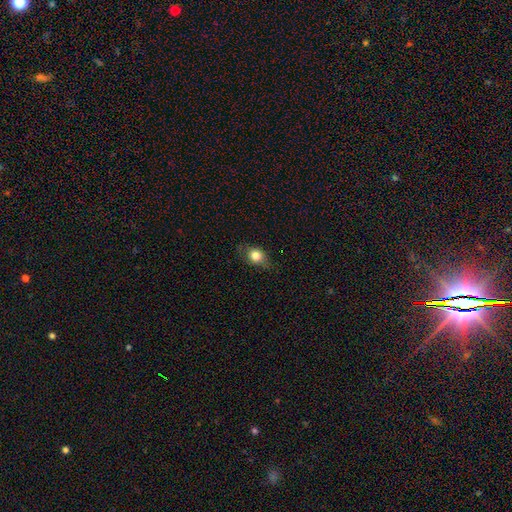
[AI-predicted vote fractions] A smooth galaxy with no disk features (78%) that is in between round and cigar-shaped (50%). Merging: none (72%).